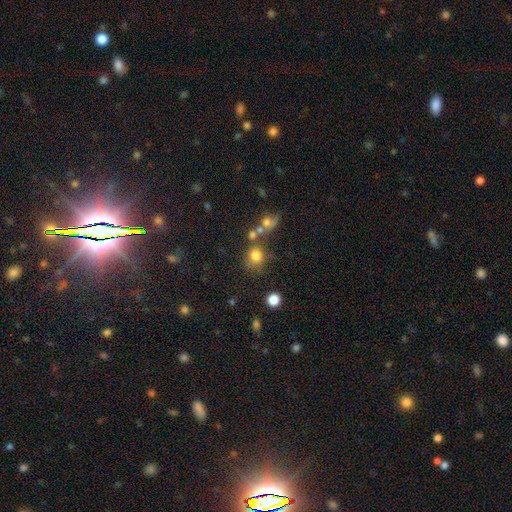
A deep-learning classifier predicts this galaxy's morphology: smooth 78%, star or artifact 14%, featured or disk 9%. Down the decision tree: how rounded — round (81%); merging — none (57%).